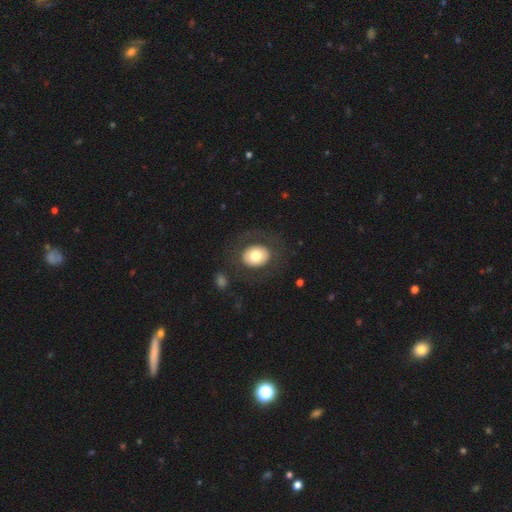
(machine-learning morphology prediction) This is likely a smooth galaxy (68%). How rounded: possibly round (56%). Merging: likely none (80%).